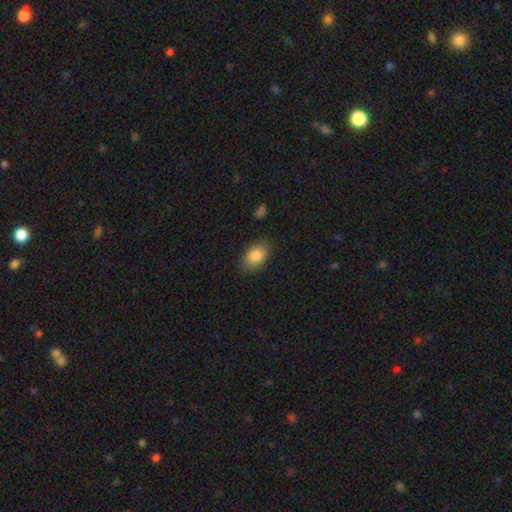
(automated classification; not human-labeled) Smooth or featured? Predicted: smooth (p=0.85). How rounded? Predicted: in between (p=0.87). Merging? Predicted: none (p=0.82).